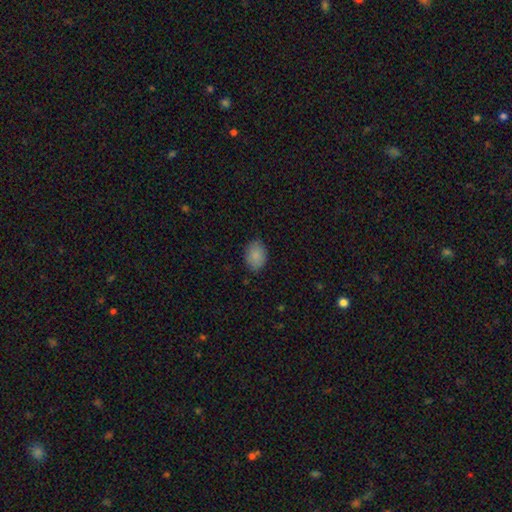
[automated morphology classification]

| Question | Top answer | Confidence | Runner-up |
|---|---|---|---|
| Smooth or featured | smooth | 88% | star or artifact (7%) |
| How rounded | in between | 74% | round (25%) |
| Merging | none | 83% | minor disturbance (14%) |